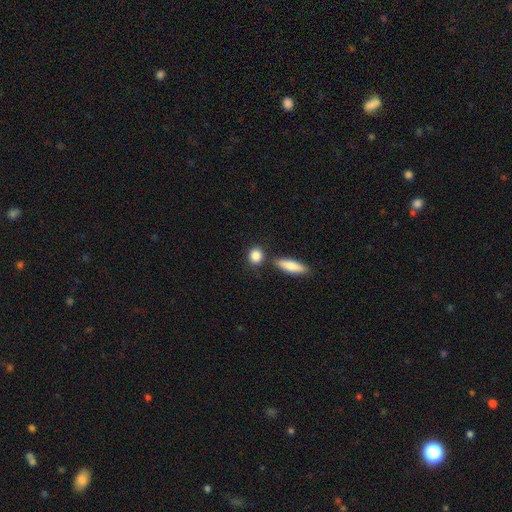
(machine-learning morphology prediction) Smooth or featured? smooth (87%)
How rounded? round (64%)
Merging? none (75%)